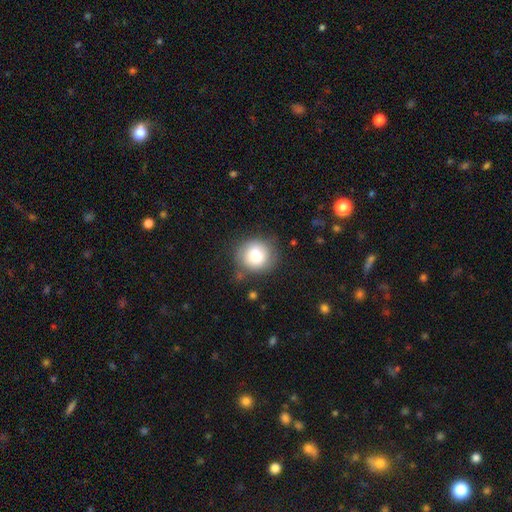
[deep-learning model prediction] Overall: smooth (81%). How rounded: round (85%). Merging: none (72%).